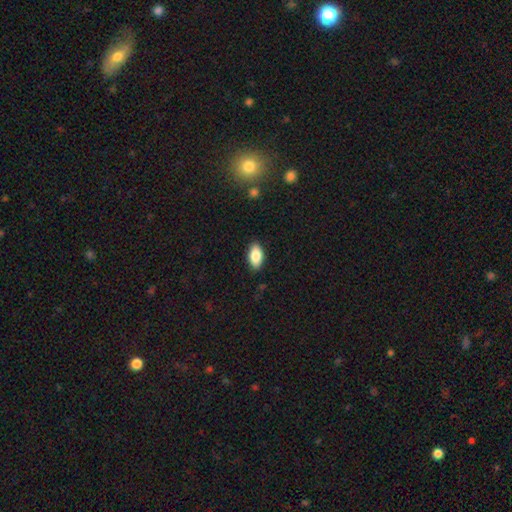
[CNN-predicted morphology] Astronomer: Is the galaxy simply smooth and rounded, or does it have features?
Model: smooth — 86%.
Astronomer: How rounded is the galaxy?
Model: in between — 92%.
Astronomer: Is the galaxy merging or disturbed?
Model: none — 87%.